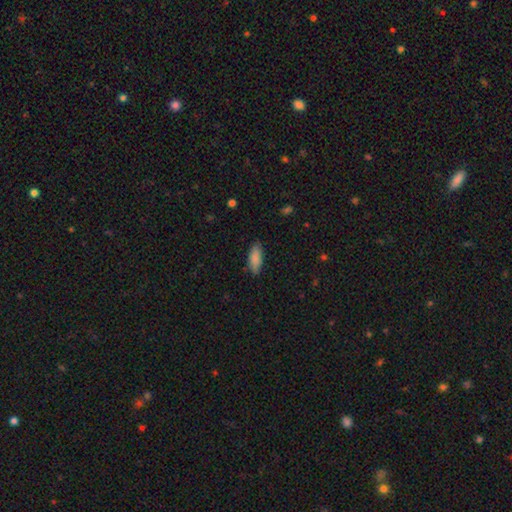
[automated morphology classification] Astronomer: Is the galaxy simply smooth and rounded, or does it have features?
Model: smooth — 85%.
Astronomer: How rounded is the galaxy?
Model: in between — 69%.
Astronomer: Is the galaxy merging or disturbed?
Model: none — 85%.